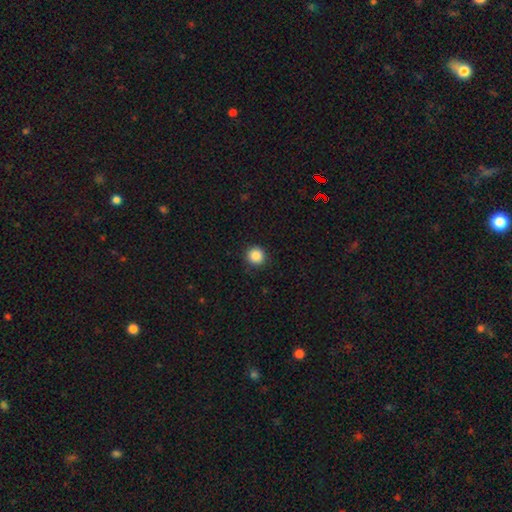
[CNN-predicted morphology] Overall: smooth (87%). How rounded: round (94%). Merging: none (91%).